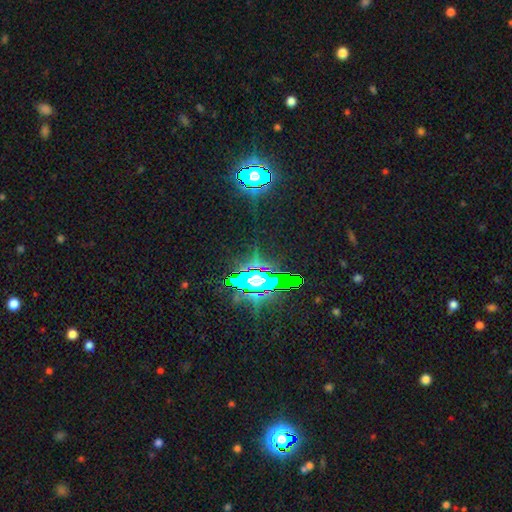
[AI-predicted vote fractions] This appears to be a star or artifact, not a galaxy (74%).